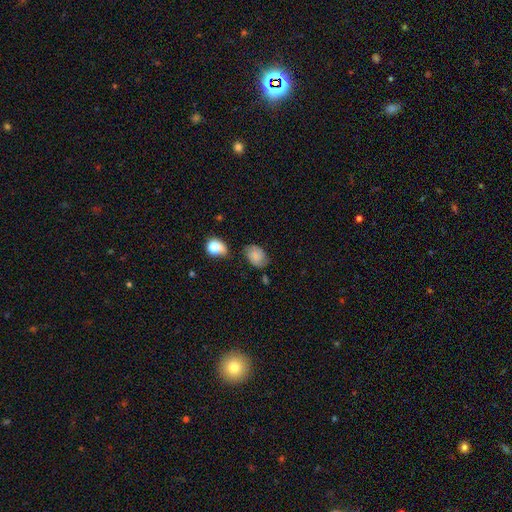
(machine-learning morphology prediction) Smooth or featured: smooth — 64% (featured or disk — 26%)
How rounded: in between — 77% (round — 22%)
Merging: none — 64% (minor disturbance — 24%)